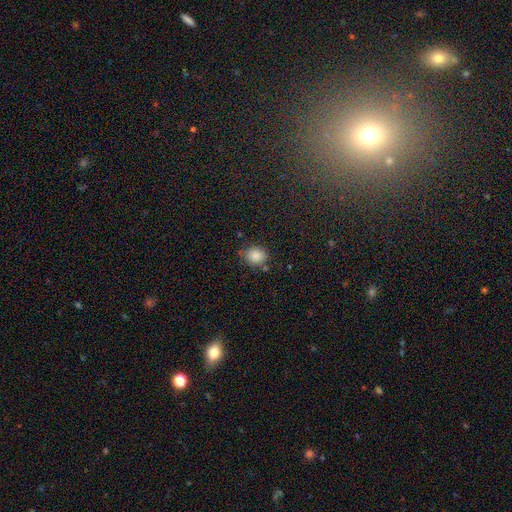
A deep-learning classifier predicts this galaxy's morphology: Smooth or featured?
  - smooth: 86% *
  - star or artifact: 10%
  - featured or disk: 4%
How rounded?
  - round: 68% *
  - in between: 32%
  - cigar-shaped: 1%
Merging?
  - none: 76% *
  - minor disturbance: 15%
  - merger: 5%
  - major disturbance: 4%